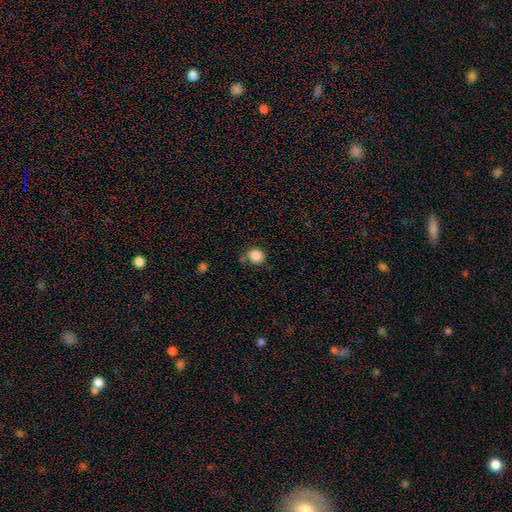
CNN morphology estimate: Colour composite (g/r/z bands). It shows a smooth galaxy with no disk features (86%) that is round (76%). Merging: none (74%).